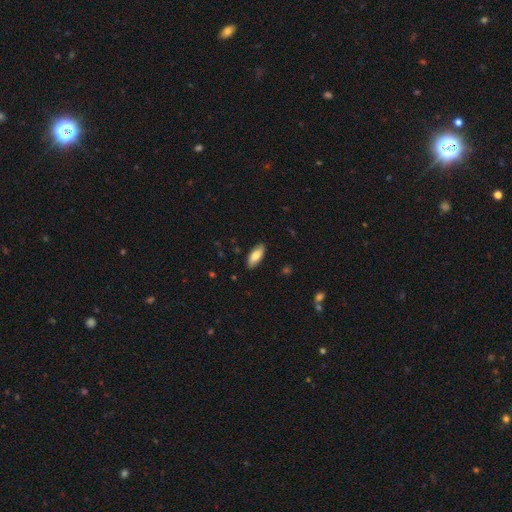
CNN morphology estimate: The model was most divided on "how rounded": in between: 81%, cigar-shaped: 17%, round: 2%. More confident: merging — none (86%); smooth or featured — smooth (80%).